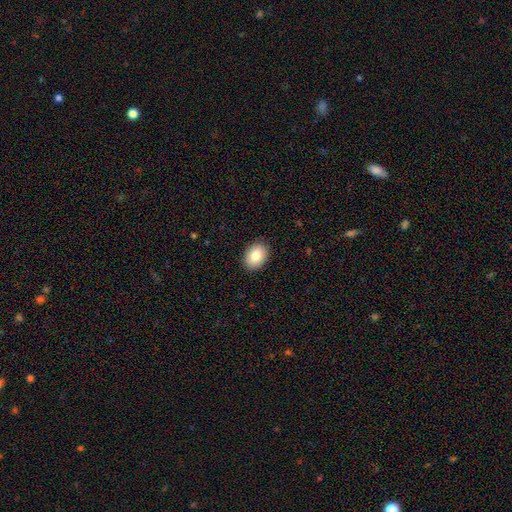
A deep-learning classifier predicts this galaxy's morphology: This appears to be a smooth galaxy with no disk features (84%) that is in between round and cigar-shaped (75%). Merging: none (90%).